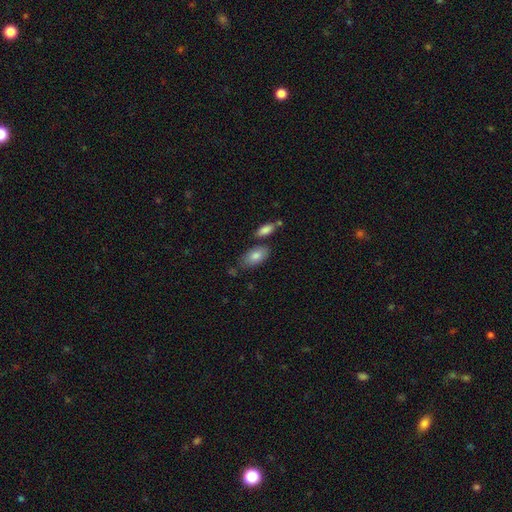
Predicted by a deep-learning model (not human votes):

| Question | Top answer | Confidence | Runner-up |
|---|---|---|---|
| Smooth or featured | smooth | 81% | featured or disk (13%) |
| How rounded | in between | 92% | round (4%) |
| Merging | none | 69% | minor disturbance (16%) |